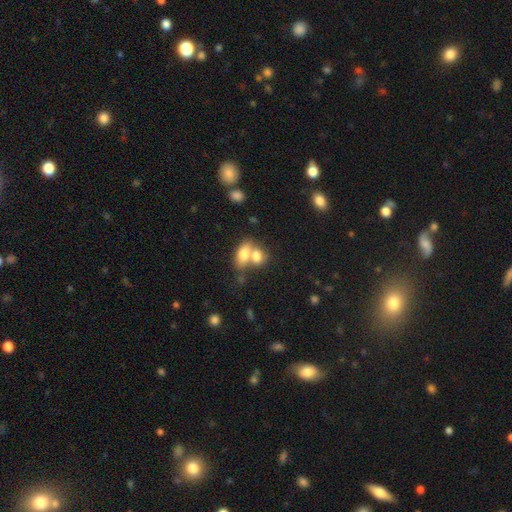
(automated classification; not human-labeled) Q: Smooth or featured?
A: smooth (76%); runner-up: featured or disk (16%)
Q: How rounded?
A: in between (77%); runner-up: round (20%)
Q: Merging?
A: merger (67%); runner-up: none (22%)